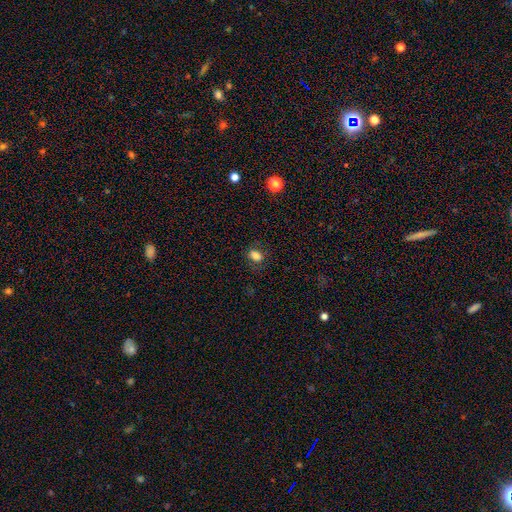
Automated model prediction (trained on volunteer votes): This is clearly a smooth galaxy (81%). How rounded: likely in between (76%). Merging: likely none (78%).